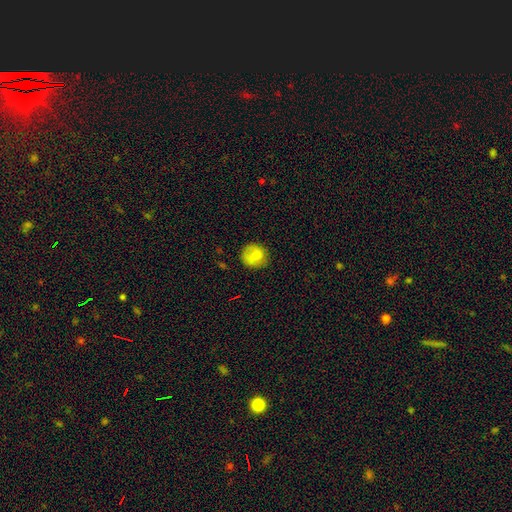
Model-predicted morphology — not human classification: Smooth or featured: smooth — 75% (featured or disk — 17%)
How rounded: round — 84% (in between — 15%)
Merging: none — 78% (minor disturbance — 16%)